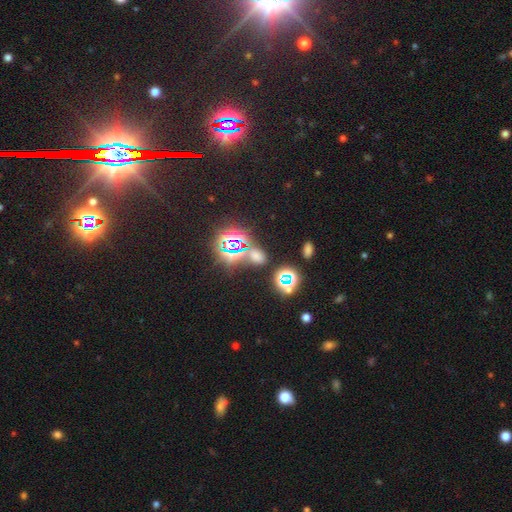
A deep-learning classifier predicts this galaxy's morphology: smooth_or_featured: star or artifact (p=0.63) [alt: smooth p=0.30]